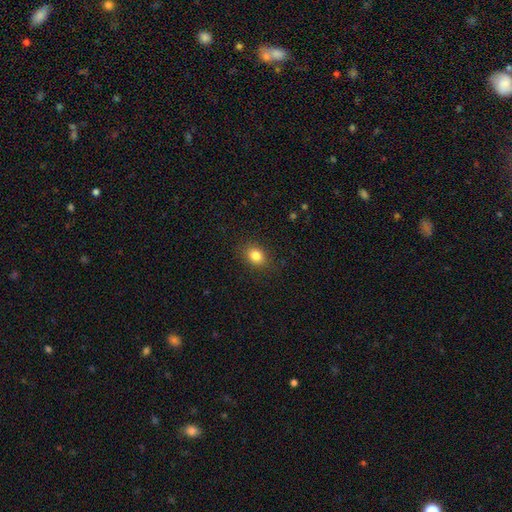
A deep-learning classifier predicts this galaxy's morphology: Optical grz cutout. It shows a smooth galaxy with no disk features (83%) that is in between round and cigar-shaped (61%). Merging: none (86%).